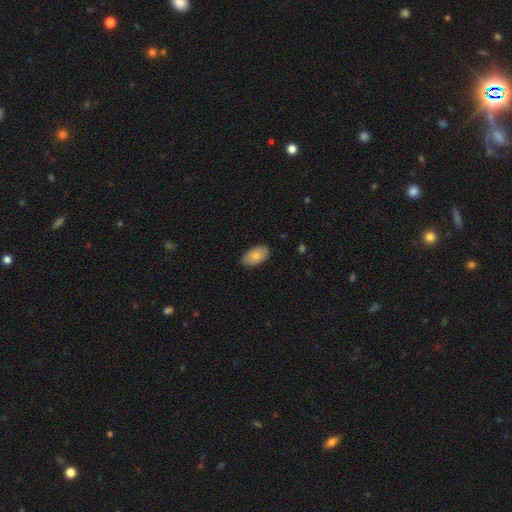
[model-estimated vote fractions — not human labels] Smooth or featured? smooth (81%)
How rounded? in between (95%)
Merging? none (83%)